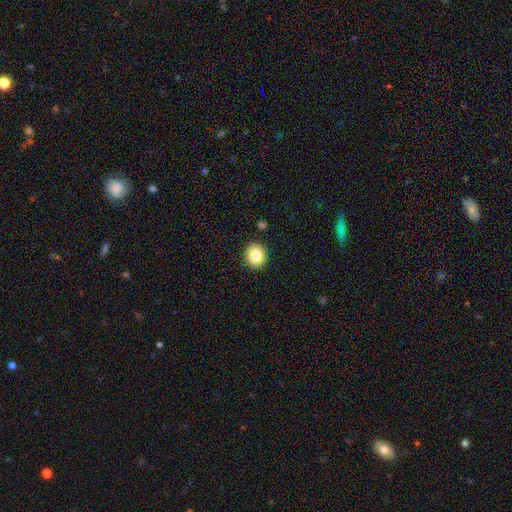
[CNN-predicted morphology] type=smooth (83%); roundness=round (83%); merging=none (90%).